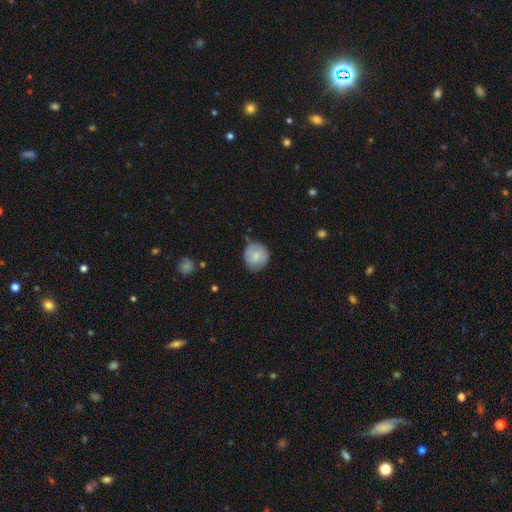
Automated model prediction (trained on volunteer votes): The model was most divided on "merging": none: 72%, minor disturbance: 22%, major disturbance: 4%, merger: 2%. More confident: how rounded — round (88%); smooth or featured — smooth (74%).